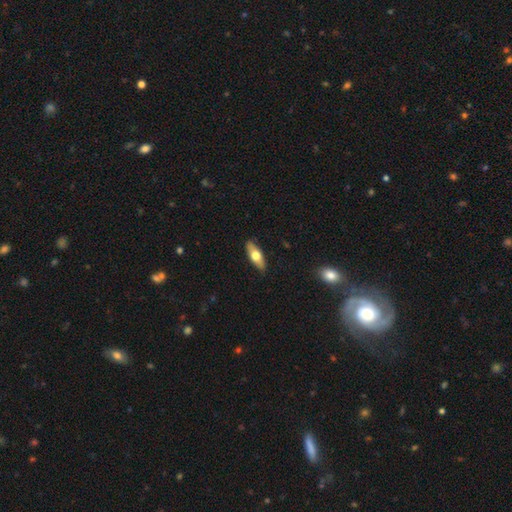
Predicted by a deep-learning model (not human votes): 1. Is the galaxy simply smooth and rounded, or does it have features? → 57% smooth, 37% featured or disk, 6% star or artifact.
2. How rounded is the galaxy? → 64% in between, 33% cigar-shaped, 3% round.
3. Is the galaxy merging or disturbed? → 88% none, 9% minor disturbance, 2% major disturbance, 1% merger.